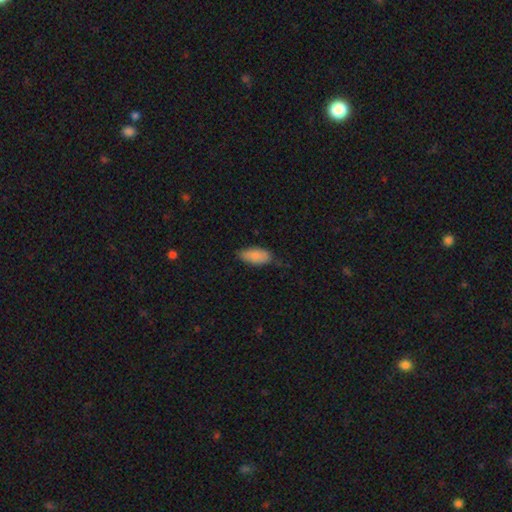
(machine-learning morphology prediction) smooth-or-featured: smooth: 83% | featured or disk: 11% | star or artifact: 6%
  how-rounded: in between: 90% | cigar-shaped: 7% | round: 2%
  merging: none: 71% | minor disturbance: 24% | major disturbance: 4% | merger: 1%